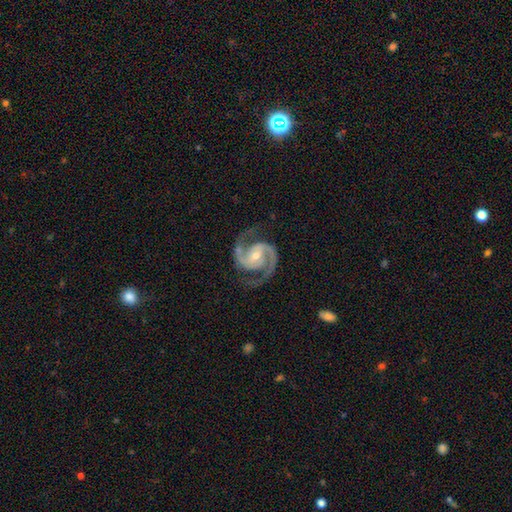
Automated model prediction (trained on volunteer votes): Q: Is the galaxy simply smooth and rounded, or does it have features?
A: featured or disk — 94%.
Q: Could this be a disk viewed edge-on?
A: no — 98%.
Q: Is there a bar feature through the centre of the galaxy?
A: weak — 42%.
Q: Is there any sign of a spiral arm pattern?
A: yes — 99%.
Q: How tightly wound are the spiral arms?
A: medium — 66%.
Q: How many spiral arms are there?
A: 2 — 94%.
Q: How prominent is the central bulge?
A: moderate — 48%.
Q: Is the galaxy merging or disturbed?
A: none — 81%.